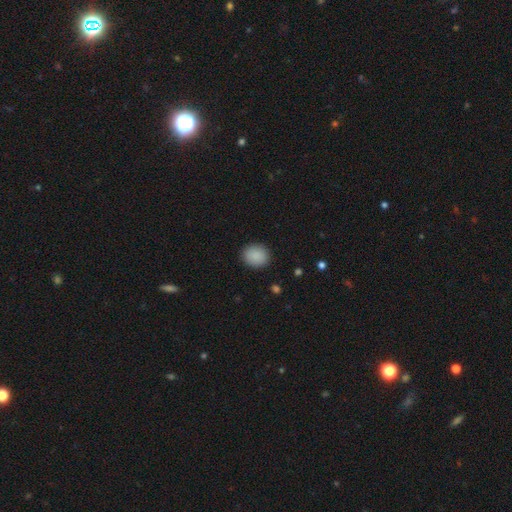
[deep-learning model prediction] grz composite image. It shows a smooth galaxy with no disk features (89%) that is round (75%). Merging: none (90%).